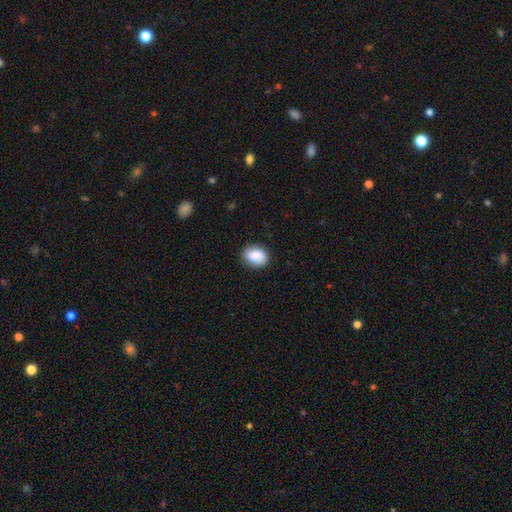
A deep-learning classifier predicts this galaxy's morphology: smooth-or-featured: smooth: 86% | star or artifact: 7% | featured or disk: 6%
  how-rounded: in between: 66% | round: 33% | cigar-shaped: 1%
  merging: none: 83% | minor disturbance: 13% | major disturbance: 3% | merger: 1%